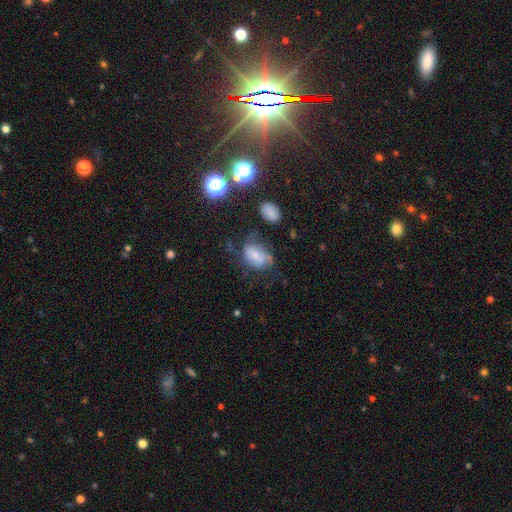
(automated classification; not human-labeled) smooth 55%, featured or disk 33%, star or artifact 12%. Down the decision tree: how rounded — in between (81%); merging — none (39%).